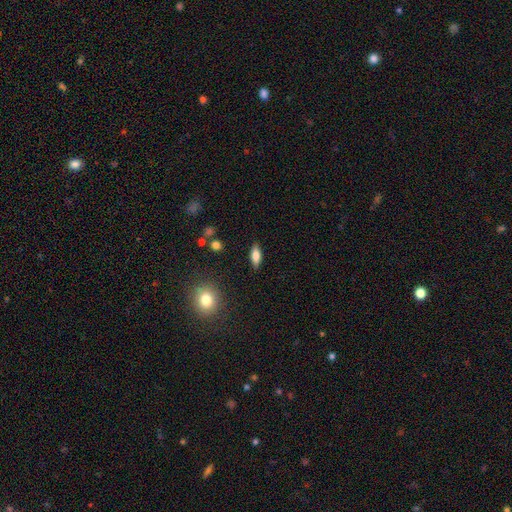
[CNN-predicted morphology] Smooth or featured?
  - smooth: 73% *
  - featured or disk: 19%
  - star or artifact: 8%
How rounded?
  - in between: 71% *
  - cigar-shaped: 26%
  - round: 3%
Merging?
  - none: 86% *
  - minor disturbance: 10%
  - major disturbance: 3%
  - merger: 1%